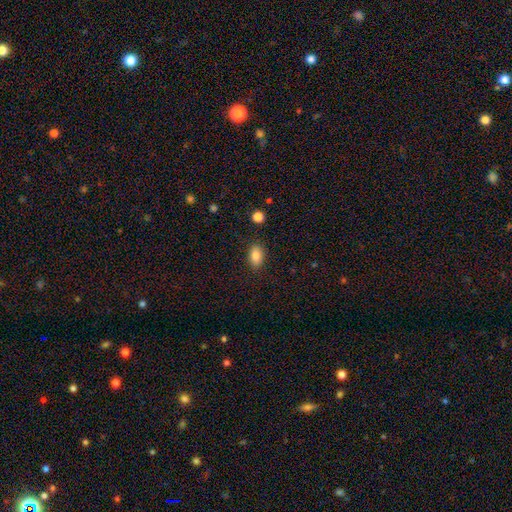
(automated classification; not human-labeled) Smooth or featured? smooth (85%)
How rounded? in between (87%)
Merging? none (86%)